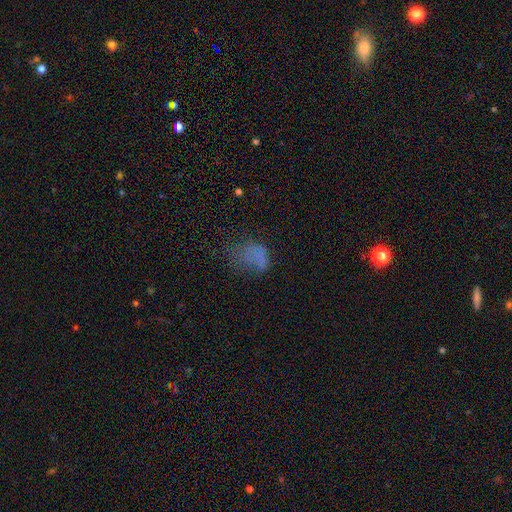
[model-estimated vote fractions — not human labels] Smooth or featured? Predicted: smooth (p=0.54). How rounded? Predicted: in between (p=0.73). Merging? Predicted: major disturbance (p=0.40).